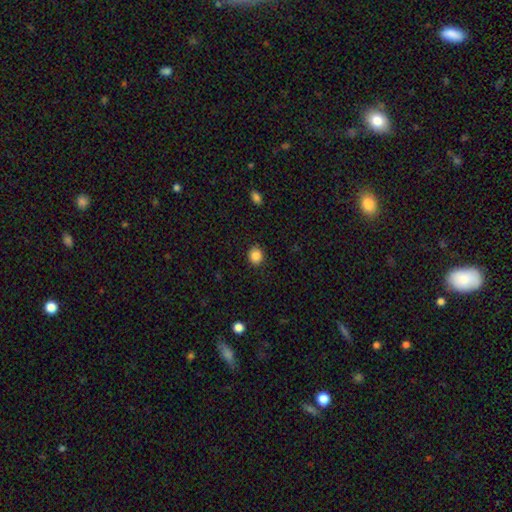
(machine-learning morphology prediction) smooth 87%, star or artifact 10%, featured or disk 4%. Down the decision tree: how rounded — round (74%); merging — none (89%).